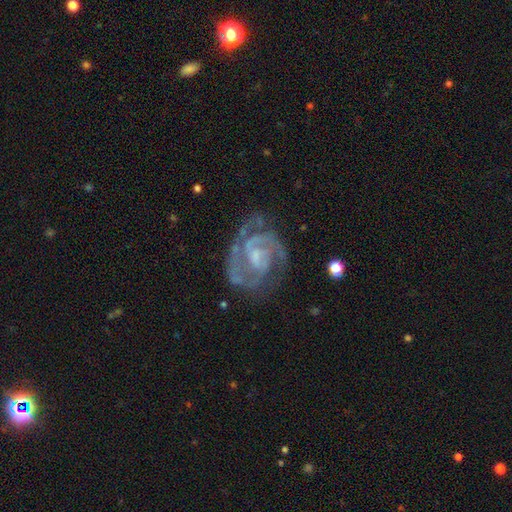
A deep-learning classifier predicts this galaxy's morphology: Q: Smooth or featured?
A: featured or disk (90%); runner-up: star or artifact (5%)
Q: Edge-on disk?
A: no (98%); runner-up: yes (2%)
Q: Bar?
A: weak (51%); runner-up: no (34%)
Q: Spiral arms?
A: yes (98%); runner-up: no (2%)
Q: Spiral winding?
A: tight (55%); runner-up: medium (40%)
Q: Spiral arm count?
A: 2 (62%); runner-up: 3 (19%)
Q: Bulge size?
A: small (51%); runner-up: moderate (31%)
Q: Merging?
A: none (70%); runner-up: minor disturbance (18%)